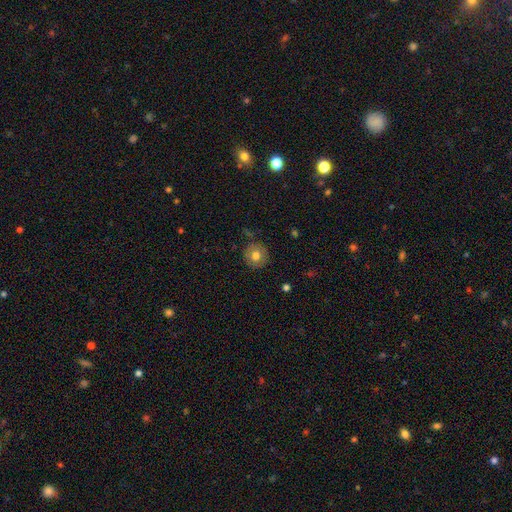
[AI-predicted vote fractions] Smooth or featured? Predicted: smooth (p=0.74). How rounded? Predicted: round (p=0.93). Merging? Predicted: none (p=0.87).